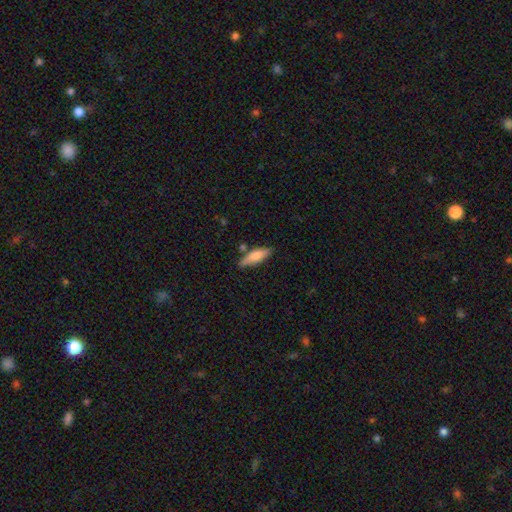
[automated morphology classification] Smooth or featured?
  - smooth: 71% *
  - featured or disk: 23%
  - star or artifact: 6%
How rounded?
  - cigar-shaped: 56% *
  - in between: 42%
  - round: 2%
Merging?
  - none: 72% *
  - minor disturbance: 17%
  - merger: 7%
  - major disturbance: 4%